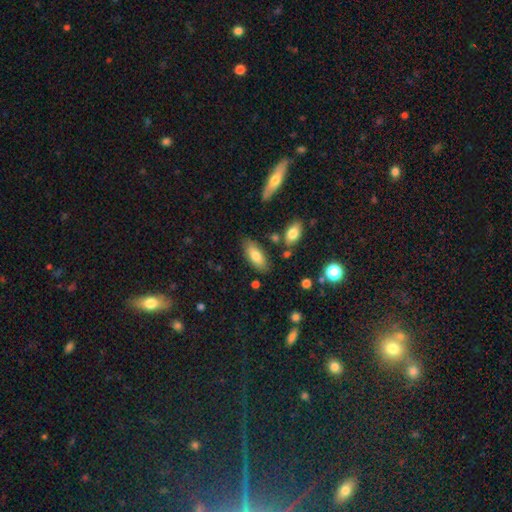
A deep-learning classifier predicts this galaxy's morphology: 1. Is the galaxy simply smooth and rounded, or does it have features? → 77% smooth, 16% featured or disk, 7% star or artifact.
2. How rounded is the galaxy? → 80% in between, 18% cigar-shaped, 2% round.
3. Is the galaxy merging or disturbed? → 80% none, 13% minor disturbance, 4% merger, 3% major disturbance.